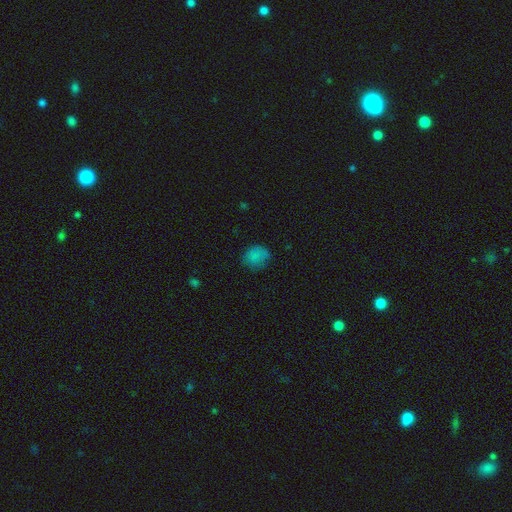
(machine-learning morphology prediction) Smooth or featured: smooth — 79% (star or artifact — 13%)
How rounded: round — 67% (in between — 32%)
Merging: none — 67% (minor disturbance — 24%)